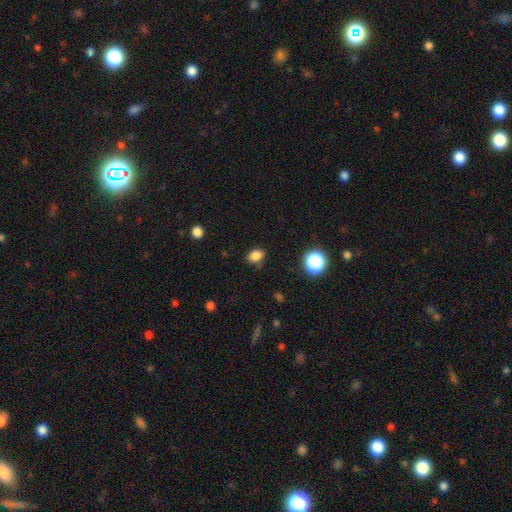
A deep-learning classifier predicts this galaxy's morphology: Smooth or featured? smooth (83%)
How rounded? in between (71%)
Merging? none (80%)